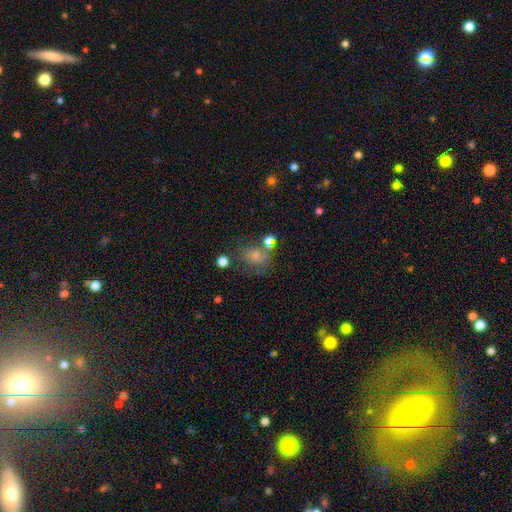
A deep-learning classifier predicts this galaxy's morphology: This appears to be a smooth galaxy with no disk features (51%) that is round (54%). Merging: none (57%).